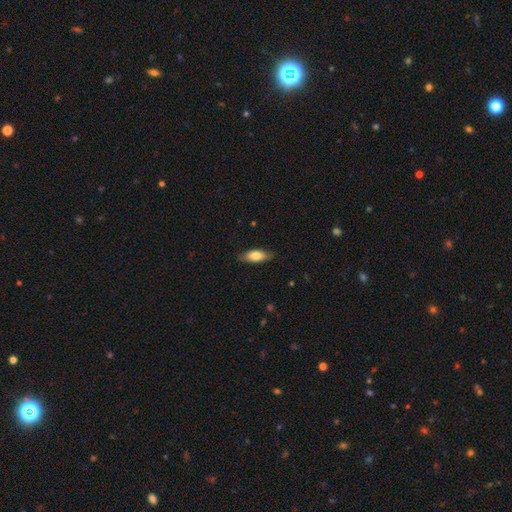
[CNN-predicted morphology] smooth-or-featured: smooth: 75% | featured or disk: 19% | star or artifact: 6%
  how-rounded: in between: 74% | cigar-shaped: 23% | round: 3%
  merging: none: 81% | minor disturbance: 15% | major disturbance: 3% | merger: 1%